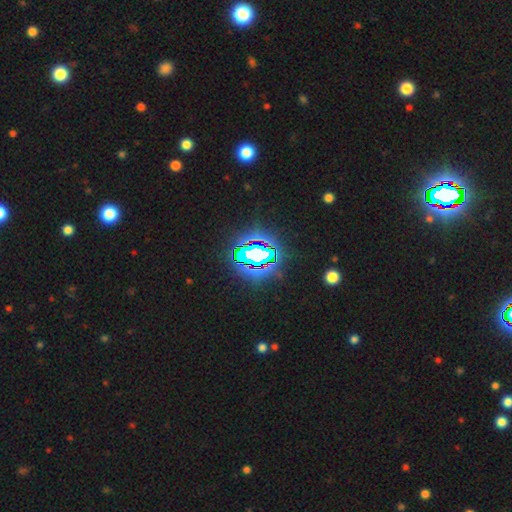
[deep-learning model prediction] A star or artifact, not a galaxy (85%).

Vote fractions:
- Smooth or featured? star or artifact: 85% / smooth: 9% / featured or disk: 6%